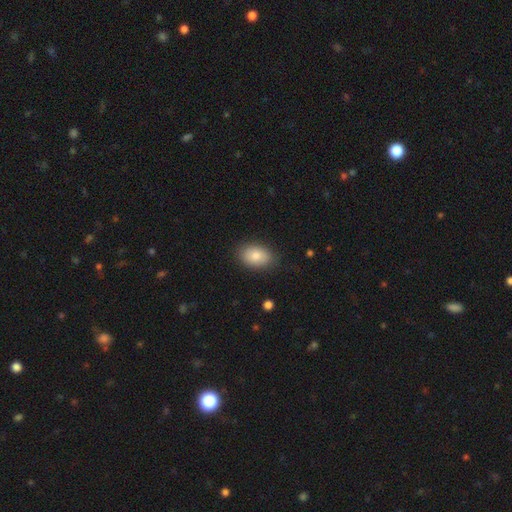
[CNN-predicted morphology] A smooth galaxy with no disk features (81%) that is in between round and cigar-shaped (84%).

Vote fractions:
- Smooth or featured? smooth: 81% / featured or disk: 11% / star or artifact: 8%
- How rounded? in between: 84% / round: 15% / cigar-shaped: 1%
- Merging? none: 85% / minor disturbance: 11% / major disturbance: 3% / merger: 1%